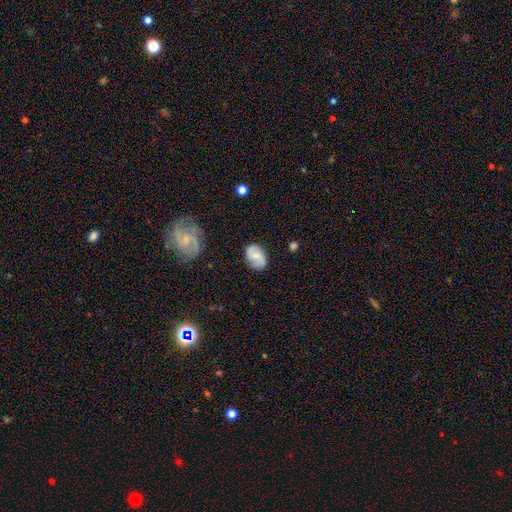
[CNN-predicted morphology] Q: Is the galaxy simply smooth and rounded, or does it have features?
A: featured or disk — 61%.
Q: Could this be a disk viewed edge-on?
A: no — 97%.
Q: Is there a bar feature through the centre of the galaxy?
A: no — 47%.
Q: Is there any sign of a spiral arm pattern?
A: yes — 91%.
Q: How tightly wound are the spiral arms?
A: medium — 44%.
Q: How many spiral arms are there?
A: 2 — 89%.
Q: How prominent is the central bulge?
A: small — 48%.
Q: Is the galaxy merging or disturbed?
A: none — 80%.